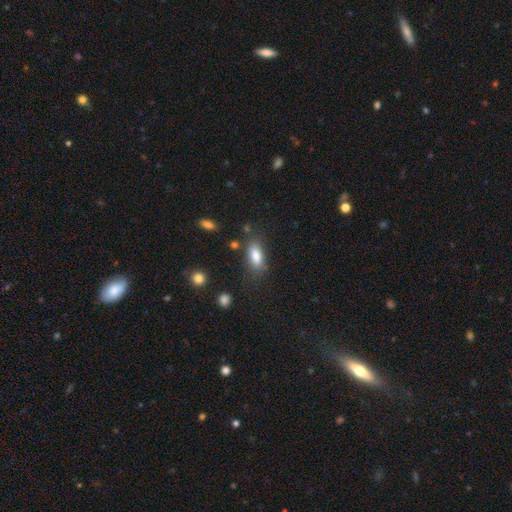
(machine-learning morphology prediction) smooth_or_featured: smooth (p=0.83) [alt: featured or disk p=0.09]
how_rounded: in between (p=0.83) [alt: cigar-shaped p=0.14]
merging: none (p=0.73) [alt: minor disturbance p=0.17]